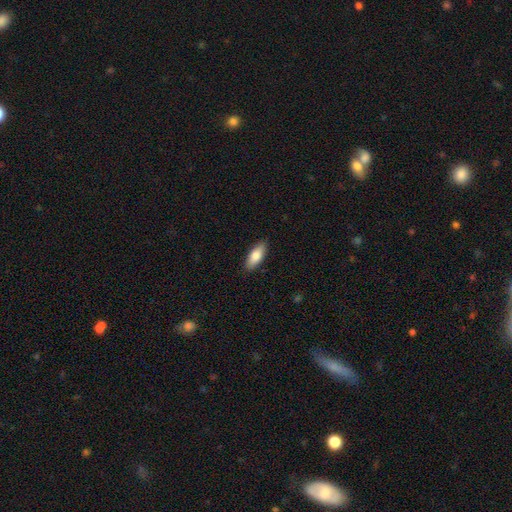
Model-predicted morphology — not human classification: Q: Smooth or featured?
A: smooth (81%); runner-up: featured or disk (13%)
Q: How rounded?
A: in between (77%); runner-up: cigar-shaped (21%)
Q: Merging?
A: none (88%); runner-up: minor disturbance (9%)